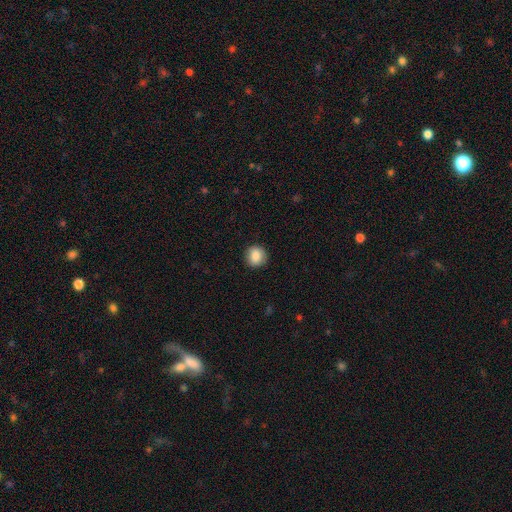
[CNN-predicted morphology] A smooth galaxy with no disk features (86%) that is round (89%).

Vote fractions:
- Smooth or featured? smooth: 86% / star or artifact: 8% / featured or disk: 6%
- How rounded? round: 89% / in between: 10% / cigar-shaped: 1%
- Merging? none: 89% / minor disturbance: 8% / major disturbance: 2% / merger: 1%